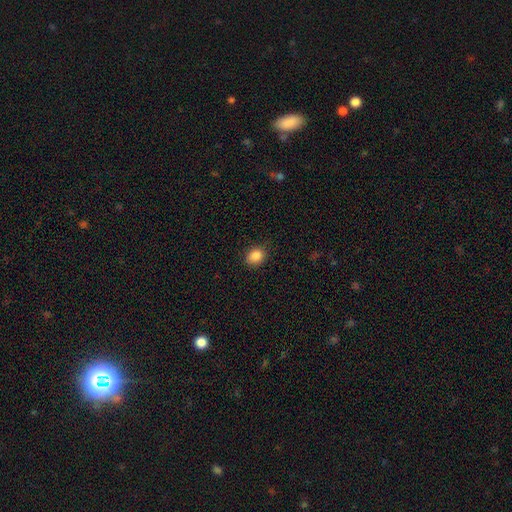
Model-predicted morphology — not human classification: Q: Smooth or featured?
A: smooth (86%); runner-up: star or artifact (10%)
Q: How rounded?
A: round (55%); runner-up: in between (44%)
Q: Merging?
A: none (85%); runner-up: minor disturbance (12%)